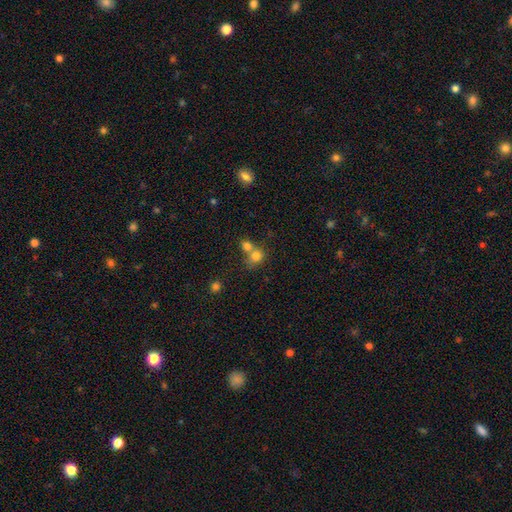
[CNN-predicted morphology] type=smooth (75%); roundness=round (80%); merging=merger (56%).